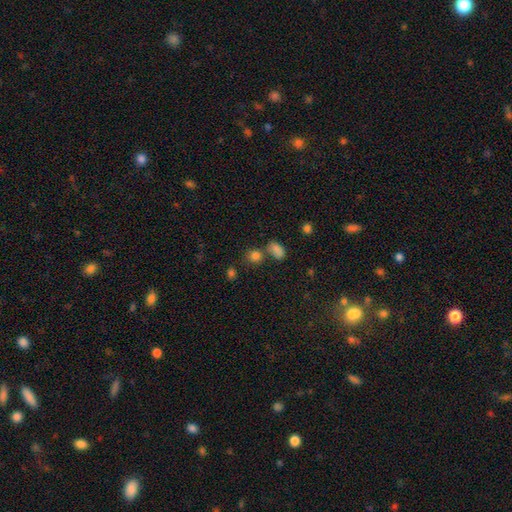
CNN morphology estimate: smooth_or_featured: smooth (p=0.80) [alt: star or artifact p=0.14]
how_rounded: round (p=0.70) [alt: in between p=0.29]
merging: none (p=0.62) [alt: merger p=0.23]